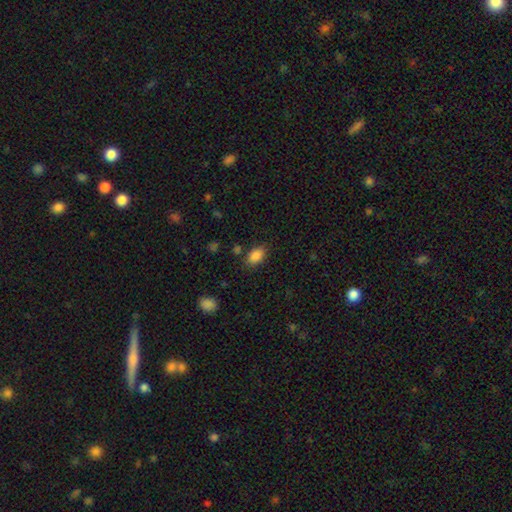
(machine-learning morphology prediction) This appears to be a smooth galaxy with no disk features (86%) that is in between round and cigar-shaped (87%). Merging: none (77%).